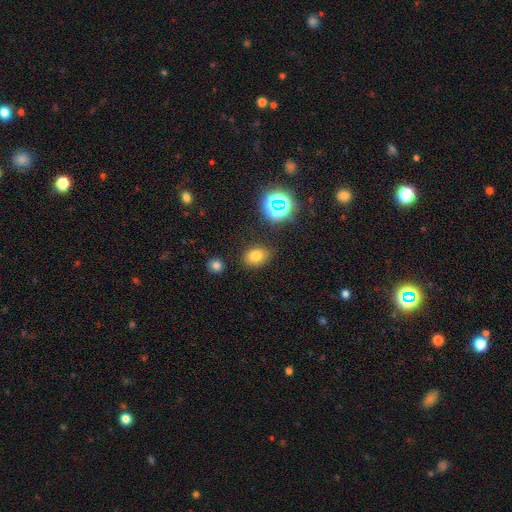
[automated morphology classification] smooth-or-featured: smooth: 74% | star or artifact: 18% | featured or disk: 8%
  how-rounded: in between: 68% | round: 31% | cigar-shaped: 1%
  merging: none: 82% | minor disturbance: 12% | major disturbance: 3% | merger: 3%